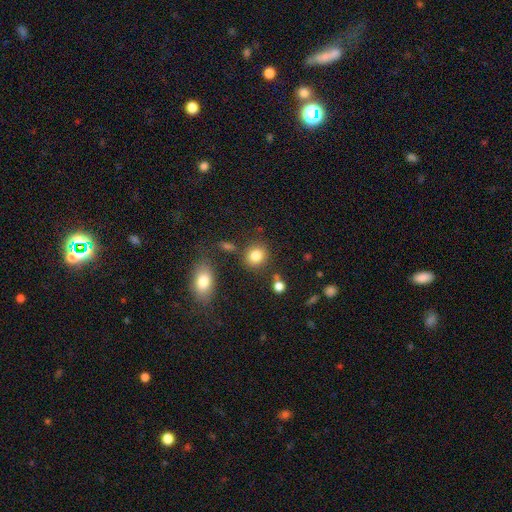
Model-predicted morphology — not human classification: smooth-or-featured: smooth: 83% | star or artifact: 10% | featured or disk: 6%
  how-rounded: round: 76% | in between: 23% | cigar-shaped: 1%
  merging: none: 79% | minor disturbance: 10% | merger: 7% | major disturbance: 4%